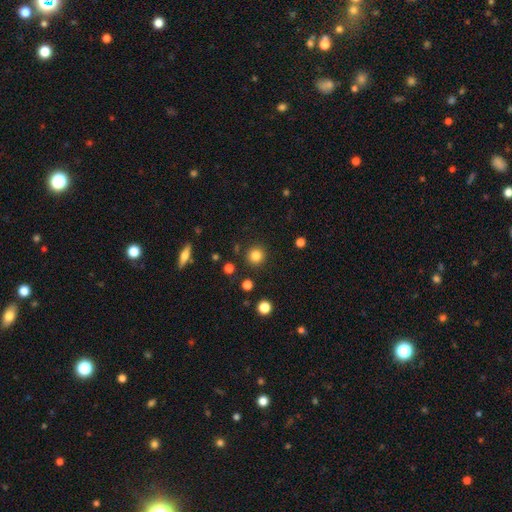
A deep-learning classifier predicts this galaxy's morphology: Smooth or featured?
  - smooth: 83% *
  - star or artifact: 11%
  - featured or disk: 5%
How rounded?
  - round: 94% *
  - in between: 5%
  - cigar-shaped: 1%
Merging?
  - none: 90% *
  - minor disturbance: 6%
  - merger: 2%
  - major disturbance: 2%